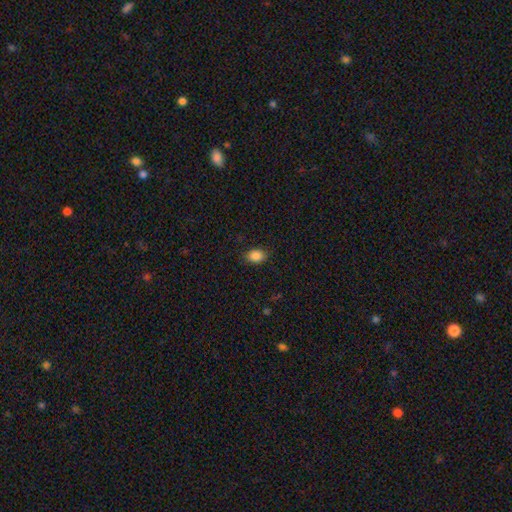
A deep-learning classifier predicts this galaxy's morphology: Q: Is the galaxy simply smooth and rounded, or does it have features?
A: smooth — 87%.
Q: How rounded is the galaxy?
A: in between — 74%.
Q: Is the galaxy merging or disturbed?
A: none — 86%.